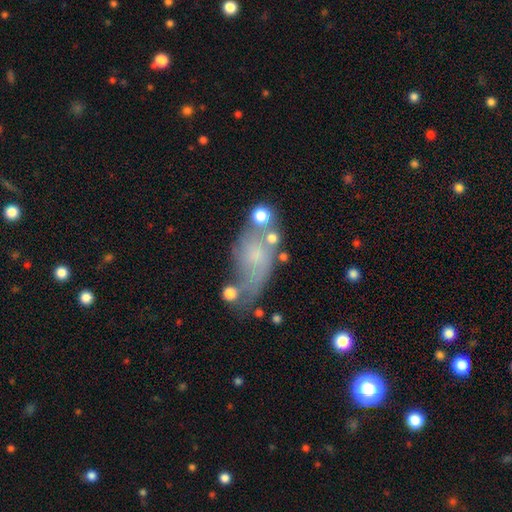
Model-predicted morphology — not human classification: smooth_or_featured: smooth (p=0.49) [alt: featured or disk p=0.39]
merging: none (p=0.45) [alt: minor disturbance p=0.27]